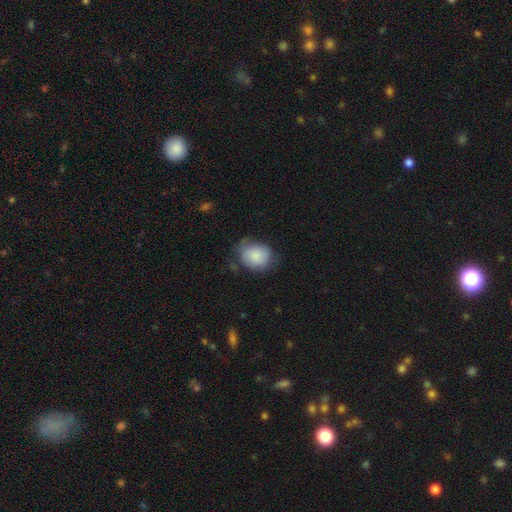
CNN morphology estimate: The model was most divided on "merging": none: 47%, minor disturbance: 36%, major disturbance: 14%, merger: 2%. More confident: smooth or featured — smooth (76%); how rounded — round (61%).